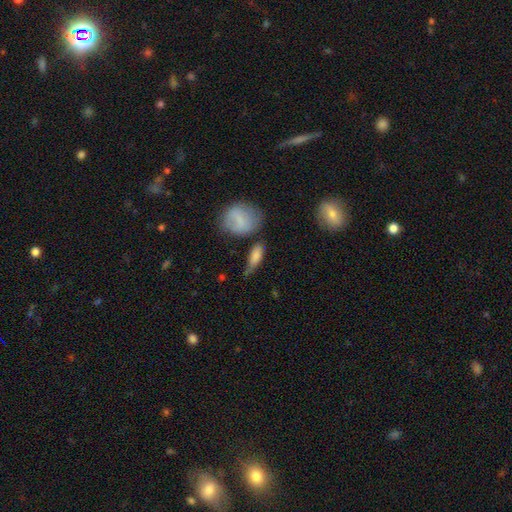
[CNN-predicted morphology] The model was most divided on "merging": none: 51%, minor disturbance: 28%, major disturbance: 11%, merger: 10%. More confident: smooth or featured — smooth (75%); how rounded — in between (66%).